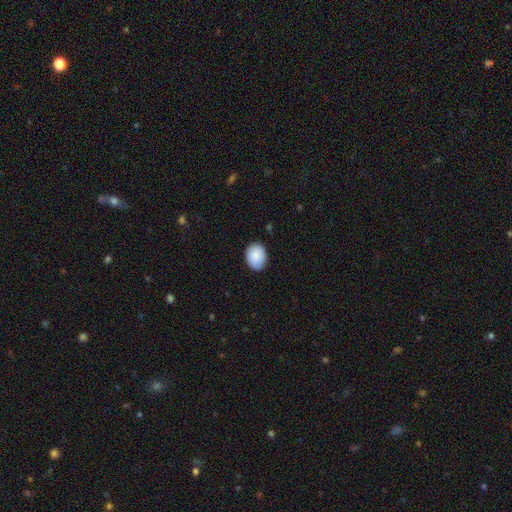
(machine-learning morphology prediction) smooth_or_featured: smooth (p=0.89) [alt: star or artifact p=0.06]
how_rounded: in between (p=0.63) [alt: round p=0.36]
merging: none (p=0.83) [alt: minor disturbance p=0.13]